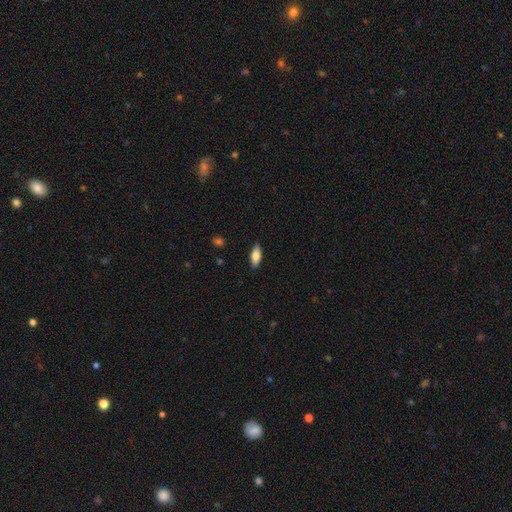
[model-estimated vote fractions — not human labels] This appears to be a smooth galaxy with no disk features (77%) that is in between round and cigar-shaped (76%). Merging: none (88%).